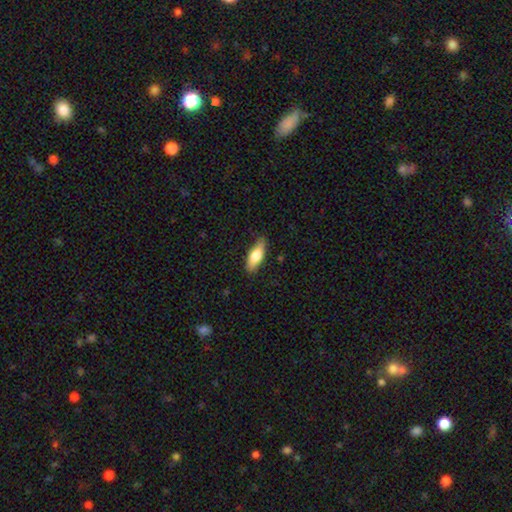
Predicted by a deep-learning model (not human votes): Overall: smooth (74%). How rounded: in between (64%; cigar-shaped 33%). Merging: none (82%).